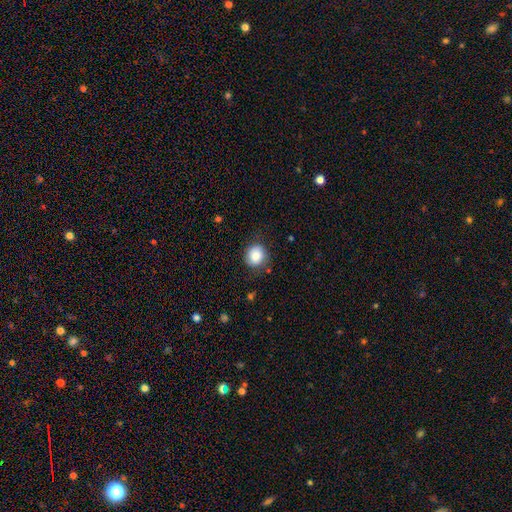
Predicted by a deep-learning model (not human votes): This appears to be a smooth galaxy with no disk features (85%) that is round (82%). Merging: none (80%).